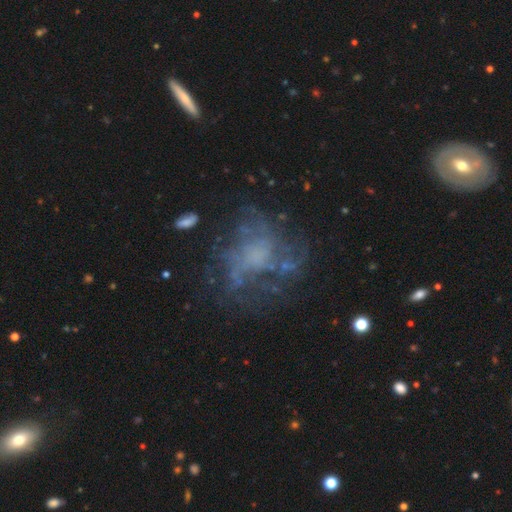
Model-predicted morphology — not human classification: A featured or disk galaxy (67%) with no bar (79%), spiral arms (64%) and no central bulge (52%). Merging: none (58%).